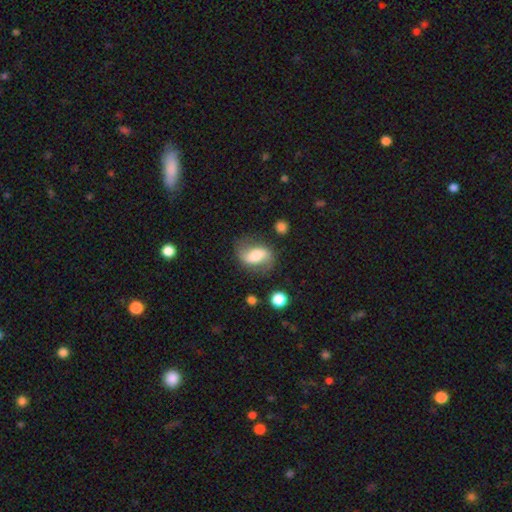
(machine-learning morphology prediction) smooth-or-featured: featured or disk: 59% | smooth: 34% | star or artifact: 8%
  disk-edge-on: no: 94% | yes: 6%
    bar: weak: 37% | strong: 33% | no: 30%
    has-spiral-arms: yes: 84% | no: 16%
    bulge-size: moderate: 53% | large: 22% | small: 17% | dominant: 4% | none: 3%
  merging: none: 69% | minor disturbance: 19% | major disturbance: 9% | merger: 3%